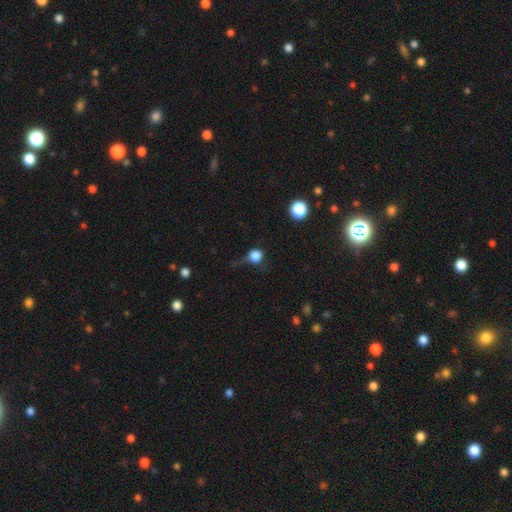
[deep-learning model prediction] Overall: smooth (79%). How rounded: round (87%). Merging: none (45%; minor disturbance 27%).